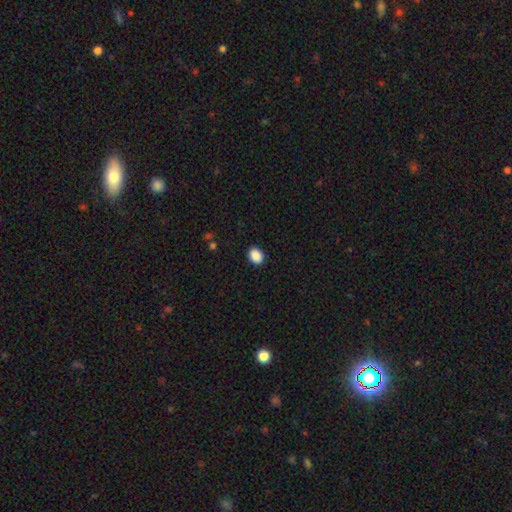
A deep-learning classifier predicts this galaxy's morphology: This is clearly a smooth galaxy (90%). How rounded: likely in between (68%). Merging: clearly none (90%).